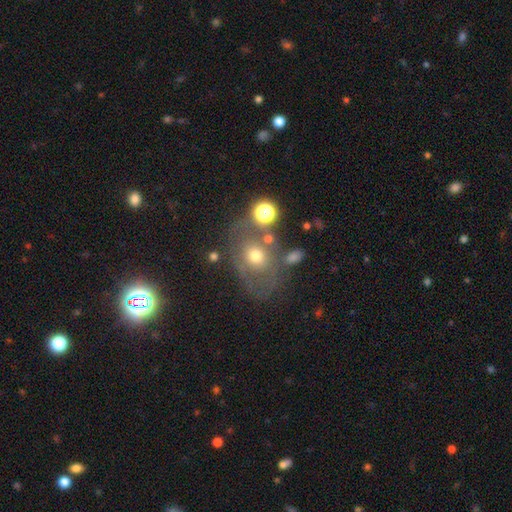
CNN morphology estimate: A smooth galaxy with no disk features (50%).

Vote fractions:
- Smooth or featured? smooth: 50% / featured or disk: 35% / star or artifact: 15%
- Merging? none: 52% / minor disturbance: 20% / major disturbance: 16% / merger: 12%